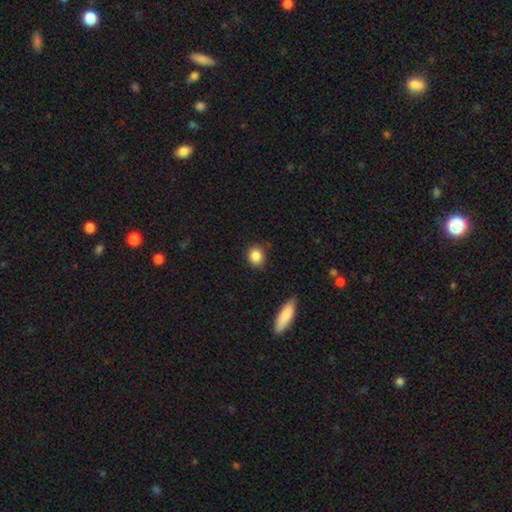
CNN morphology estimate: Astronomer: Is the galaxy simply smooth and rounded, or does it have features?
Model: smooth — 87%.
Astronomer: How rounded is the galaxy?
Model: round — 78%.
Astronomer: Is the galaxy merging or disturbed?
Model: none — 86%.